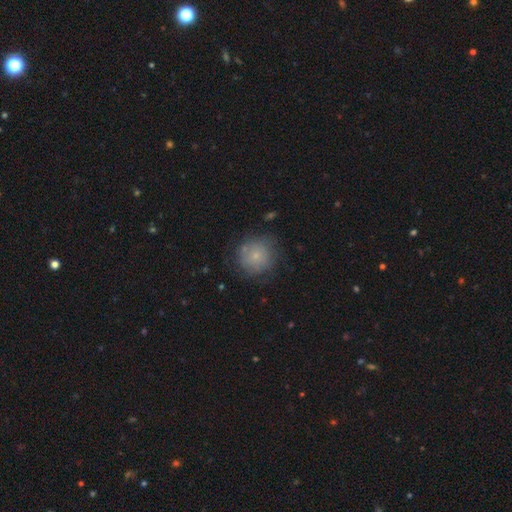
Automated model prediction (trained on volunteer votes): Overall: smooth (73%). How rounded: round (92%). Merging: none (72%).